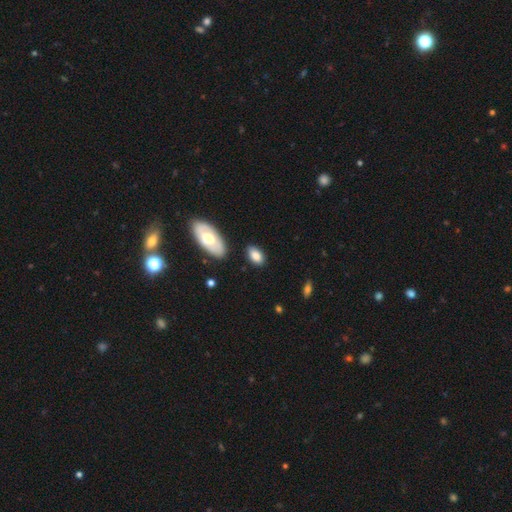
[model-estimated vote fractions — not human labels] Overall: smooth (80%). How rounded: in between (91%). Merging: none (80%).